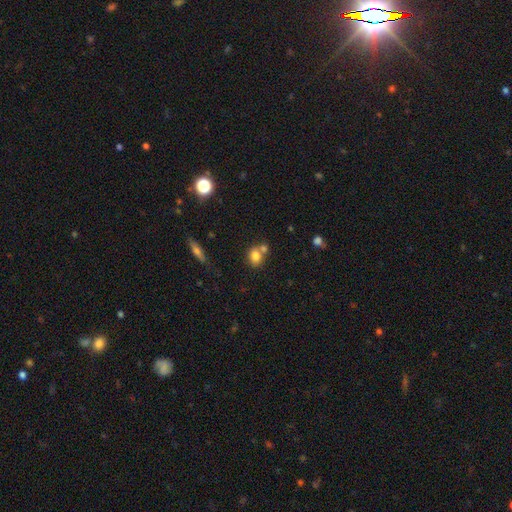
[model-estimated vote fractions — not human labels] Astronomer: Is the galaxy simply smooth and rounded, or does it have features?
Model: smooth — 80%.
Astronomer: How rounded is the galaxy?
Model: round — 56% (runner-up: in between, 42%).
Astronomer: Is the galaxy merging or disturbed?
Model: none — 50% (runner-up: merger, 36%).